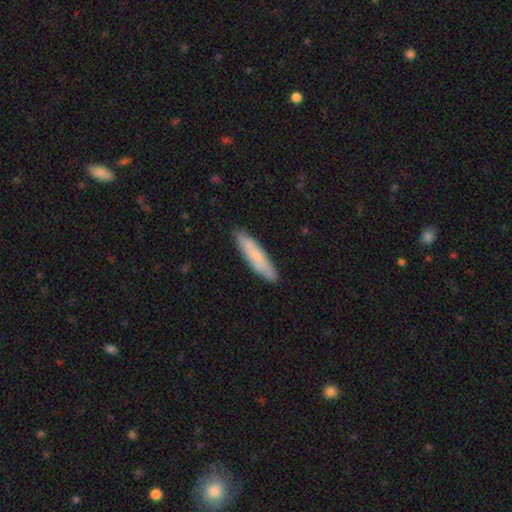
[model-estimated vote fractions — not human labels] Smooth or featured?
  - smooth: 66% *
  - featured or disk: 28%
  - star or artifact: 6%
How rounded?
  - cigar-shaped: 75% *
  - in between: 24%
  - round: 1%
Merging?
  - none: 84% *
  - minor disturbance: 12%
  - major disturbance: 2%
  - merger: 1%